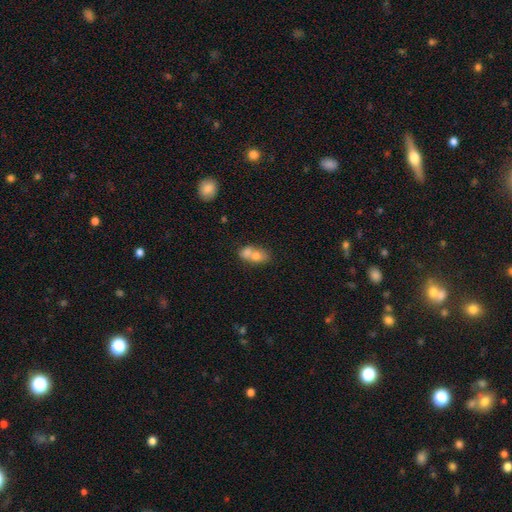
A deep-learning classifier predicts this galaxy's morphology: The model was most divided on "how rounded": in between: 66%, round: 31%, cigar-shaped: 3%. More confident: smooth or featured — smooth (68%); merging — merger (63%).